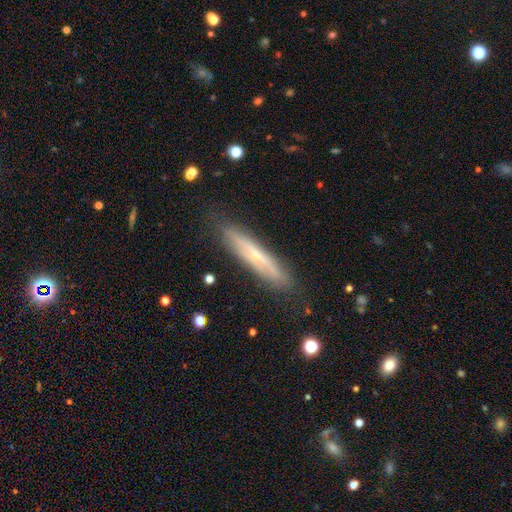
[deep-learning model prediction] Q: Smooth or featured?
A: featured or disk (61%); runner-up: smooth (33%)
Q: Edge-on disk?
A: yes (78%); runner-up: no (22%)
Q: Merging?
A: none (84%); runner-up: minor disturbance (12%)